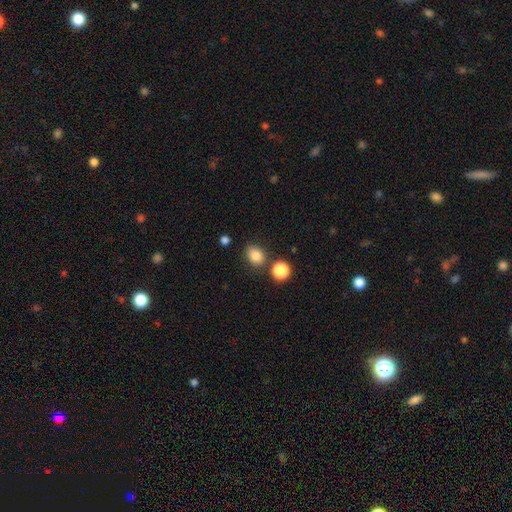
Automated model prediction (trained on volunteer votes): Smooth or featured?
  - smooth: 83% *
  - star or artifact: 11%
  - featured or disk: 6%
How rounded?
  - in between: 55% *
  - round: 44%
  - cigar-shaped: 1%
Merging?
  - none: 77% *
  - minor disturbance: 11%
  - merger: 9%
  - major disturbance: 3%